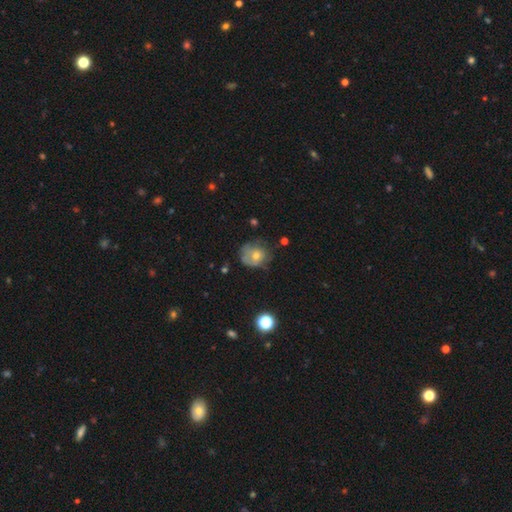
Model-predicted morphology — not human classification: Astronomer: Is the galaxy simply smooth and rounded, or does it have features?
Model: smooth — 56% (runner-up: featured or disk, 33%).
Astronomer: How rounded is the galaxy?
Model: round — 72%.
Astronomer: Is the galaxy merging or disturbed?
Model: none — 47% (runner-up: minor disturbance, 31%).